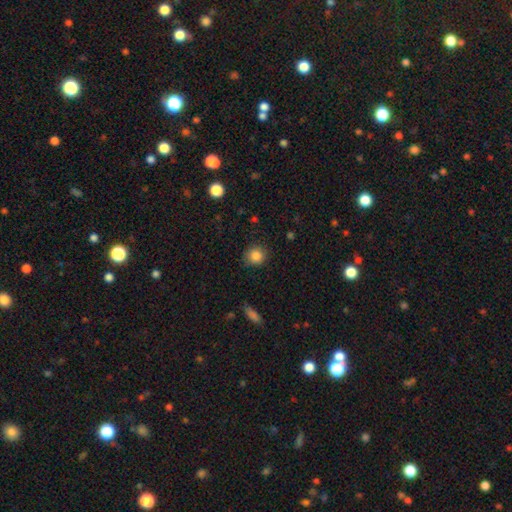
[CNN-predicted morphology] Overall: smooth (85%). How rounded: round (90%). Merging: none (85%).